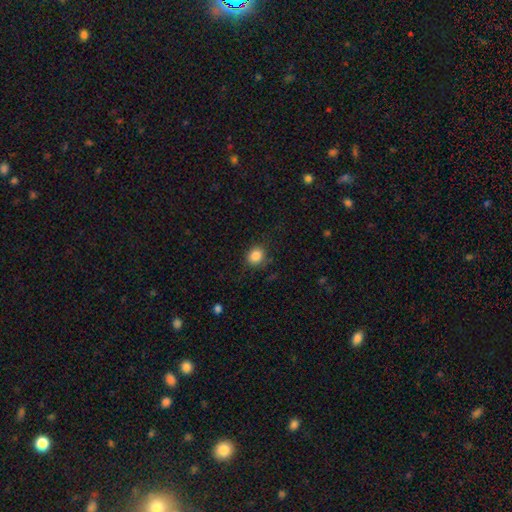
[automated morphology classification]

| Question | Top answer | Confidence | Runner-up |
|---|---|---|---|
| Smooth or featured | smooth | 86% | star or artifact (10%) |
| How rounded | round | 73% | in between (26%) |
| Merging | none | 81% | minor disturbance (13%) |